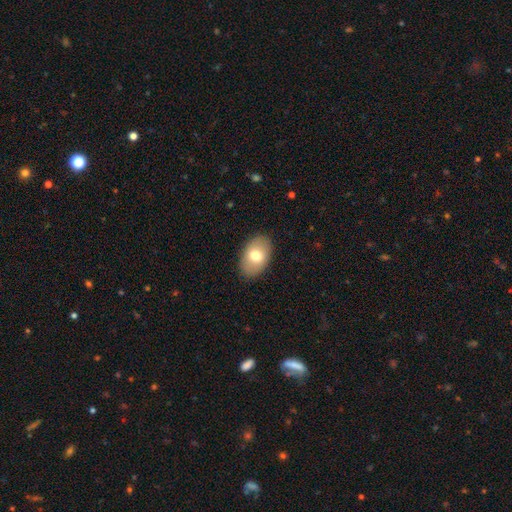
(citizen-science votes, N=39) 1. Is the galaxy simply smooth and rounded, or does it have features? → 67% smooth, 23% featured or disk, 10% star or artifact.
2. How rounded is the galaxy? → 81% in between, 19% round, 0% cigar-shaped.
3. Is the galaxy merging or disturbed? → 74% none, 17% minor disturbance, 6% major disturbance, 3% merger.